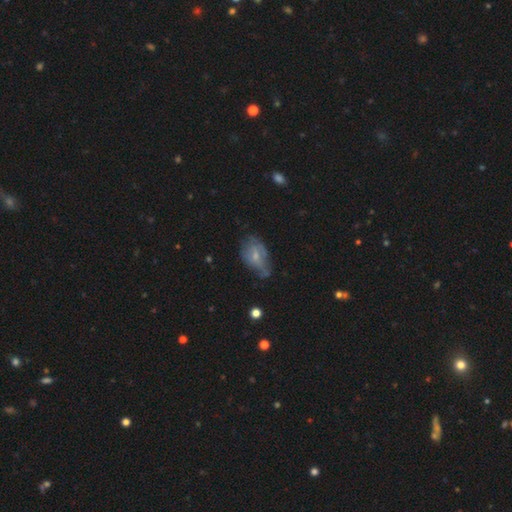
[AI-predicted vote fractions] The model was most divided on "merging": none: 38%, minor disturbance: 37%, major disturbance: 20%, merger: 4%. Remaining: smooth or featured — smooth (47%).